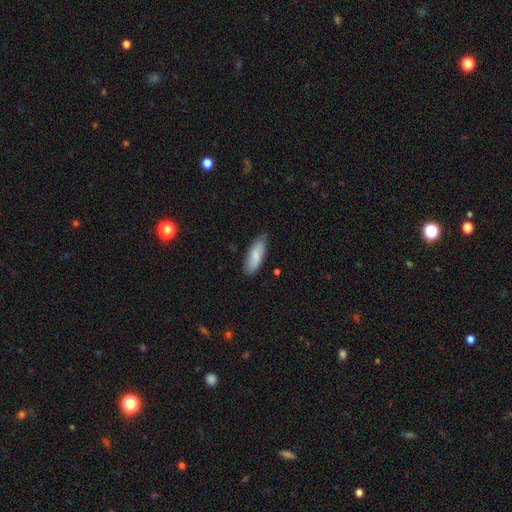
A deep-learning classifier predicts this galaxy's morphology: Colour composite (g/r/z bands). It shows a smooth galaxy with no disk features (81%) that is in between round and cigar-shaped (70%). Merging: none (78%).